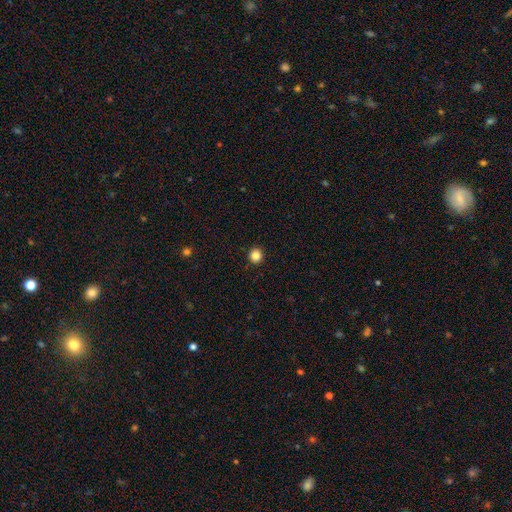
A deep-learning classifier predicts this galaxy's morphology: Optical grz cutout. It shows a smooth galaxy with no disk features (85%) that is round (92%). Merging: none (93%).